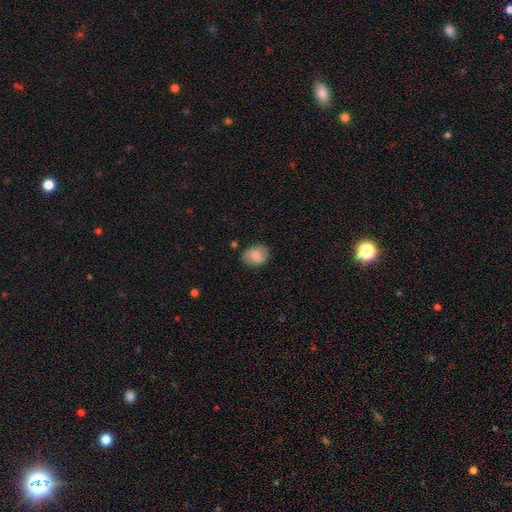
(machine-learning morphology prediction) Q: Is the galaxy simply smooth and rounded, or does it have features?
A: smooth — 75%.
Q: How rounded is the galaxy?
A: in between — 59%.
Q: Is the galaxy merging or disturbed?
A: none — 77%.